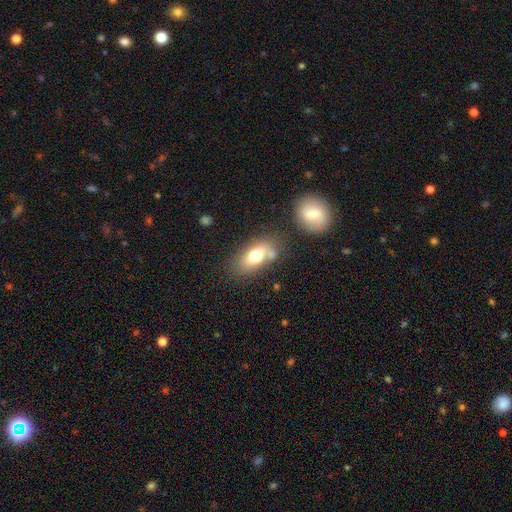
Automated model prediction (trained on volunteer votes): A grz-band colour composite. It shows a smooth galaxy with no disk features (71%) that is in between round and cigar-shaped (86%). Merging: none (58%).